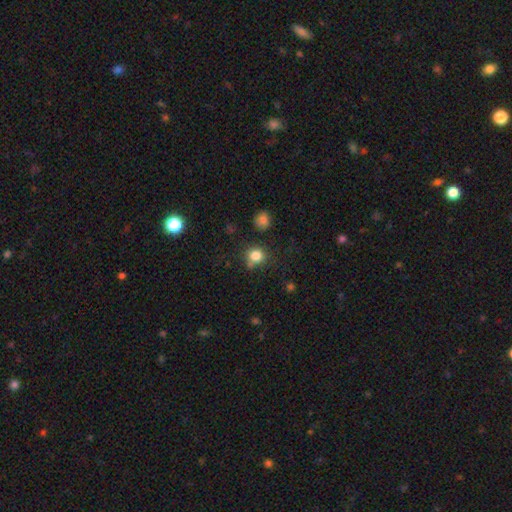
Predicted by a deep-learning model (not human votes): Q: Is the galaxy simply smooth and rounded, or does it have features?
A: smooth — 82%.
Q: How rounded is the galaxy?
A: round — 82%.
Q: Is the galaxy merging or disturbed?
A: none — 71%.